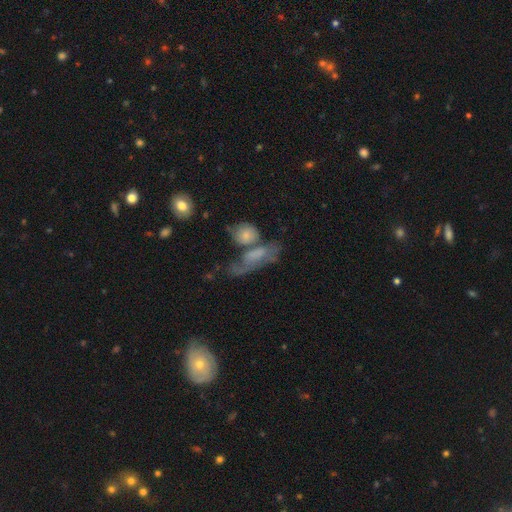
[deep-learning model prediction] This appears to be a featured or disk galaxy (44%, tied with smooth). Merging: merger (34%).